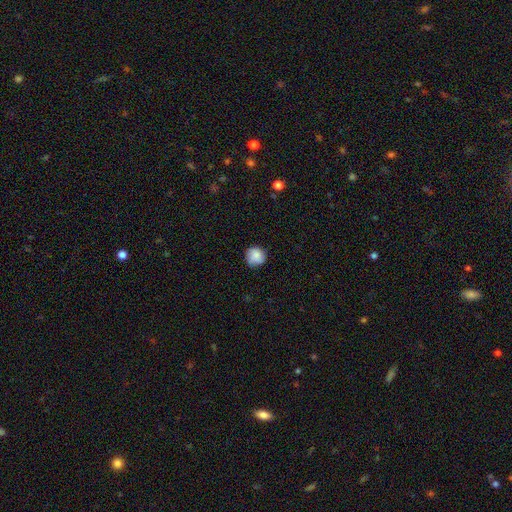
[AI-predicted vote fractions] Smooth or featured: smooth — 84% (star or artifact — 8%)
How rounded: round — 92% (in between — 7%)
Merging: none — 80% (minor disturbance — 16%)